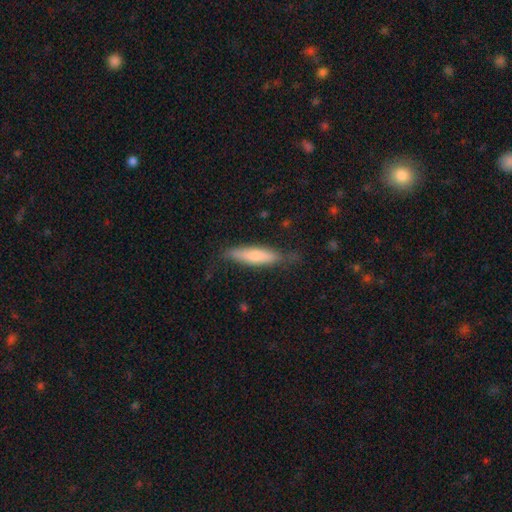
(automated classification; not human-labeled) Morphology: type=smooth (68%); roundness=cigar-shaped (73%); merging=none (71%).